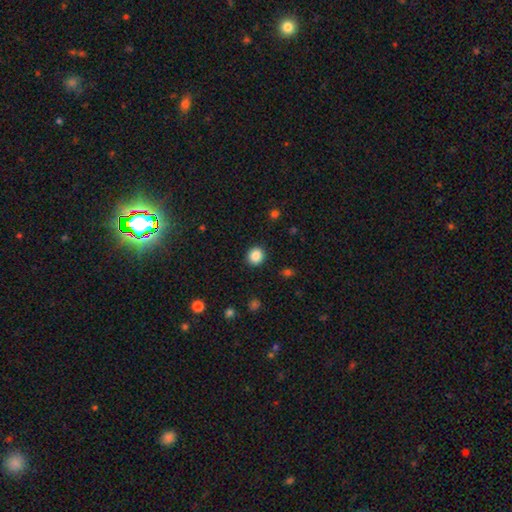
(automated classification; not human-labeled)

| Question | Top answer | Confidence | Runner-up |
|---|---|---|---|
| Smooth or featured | smooth | 86% | star or artifact (10%) |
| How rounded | round | 88% | in between (11%) |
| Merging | none | 92% | minor disturbance (5%) |